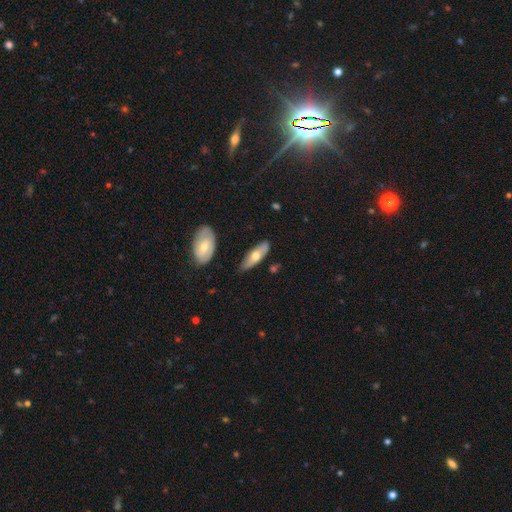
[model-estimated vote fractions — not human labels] This appears to be a smooth galaxy with no disk features (56%) that is in between round and cigar-shaped (58%). Merging: none (77%).